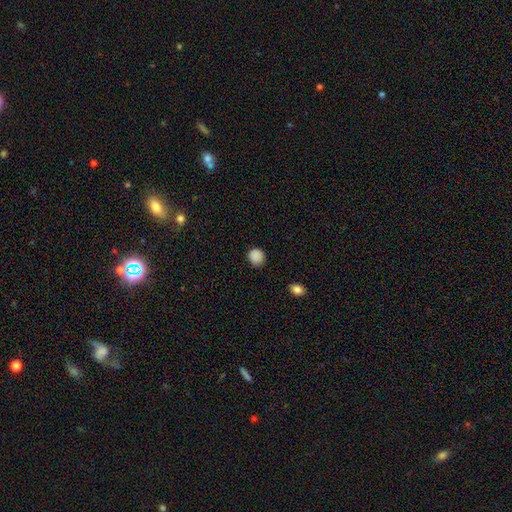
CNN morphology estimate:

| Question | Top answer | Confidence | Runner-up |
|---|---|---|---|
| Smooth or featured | smooth | 88% | star or artifact (10%) |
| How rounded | round | 84% | in between (15%) |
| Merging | none | 86% | minor disturbance (10%) |